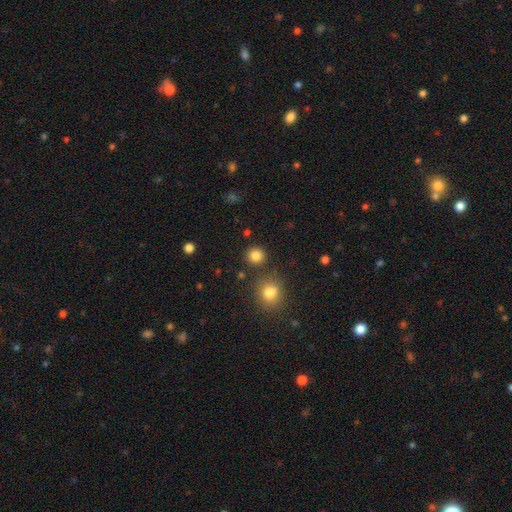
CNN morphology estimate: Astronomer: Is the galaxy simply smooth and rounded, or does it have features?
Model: smooth — 83%.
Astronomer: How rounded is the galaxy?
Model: round — 92%.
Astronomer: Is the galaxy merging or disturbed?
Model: none — 86%.